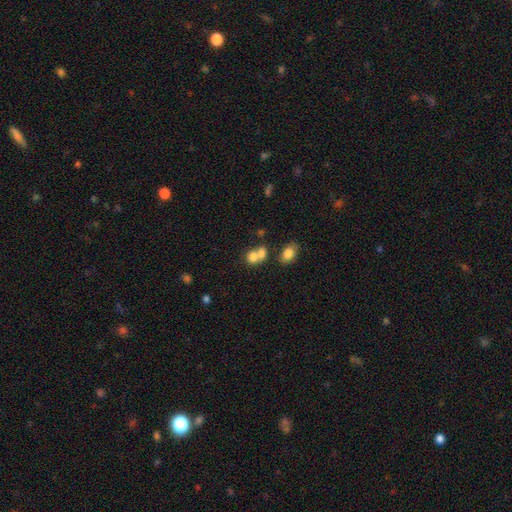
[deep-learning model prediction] Smooth or featured? Predicted: smooth (p=0.76). How rounded? Predicted: round (p=0.62). Merging? Predicted: merger (p=0.58).